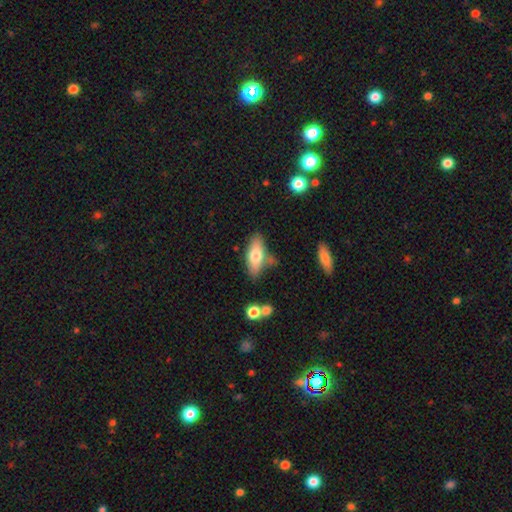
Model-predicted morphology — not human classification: smooth-or-featured: smooth: 69% | featured or disk: 24% | star or artifact: 7%
  how-rounded: in between: 78% | cigar-shaped: 19% | round: 3%
  merging: none: 69% | minor disturbance: 18% | merger: 8% | major disturbance: 5%